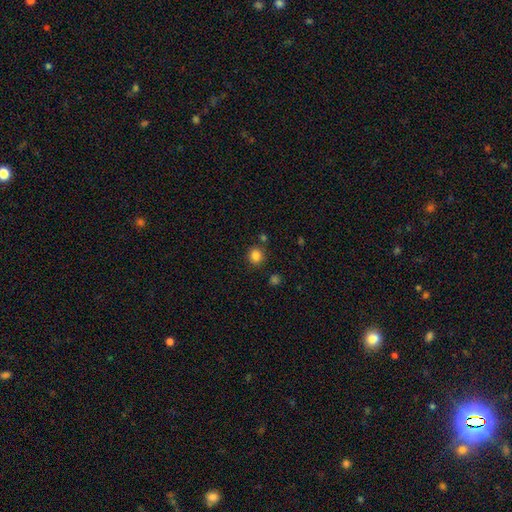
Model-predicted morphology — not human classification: Q: Smooth or featured?
A: smooth (84%); runner-up: star or artifact (12%)
Q: How rounded?
A: round (86%); runner-up: in between (13%)
Q: Merging?
A: none (84%); runner-up: minor disturbance (8%)